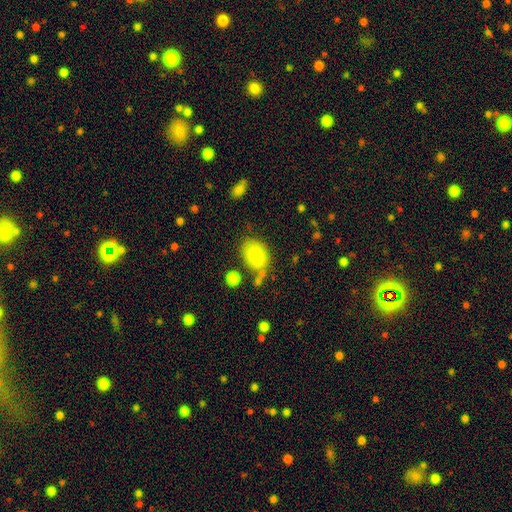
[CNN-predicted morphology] smooth-or-featured: smooth: 84% | star or artifact: 9% | featured or disk: 8%
  how-rounded: in between: 68% | round: 31% | cigar-shaped: 1%
  merging: none: 70% | minor disturbance: 17% | merger: 8% | major disturbance: 6%